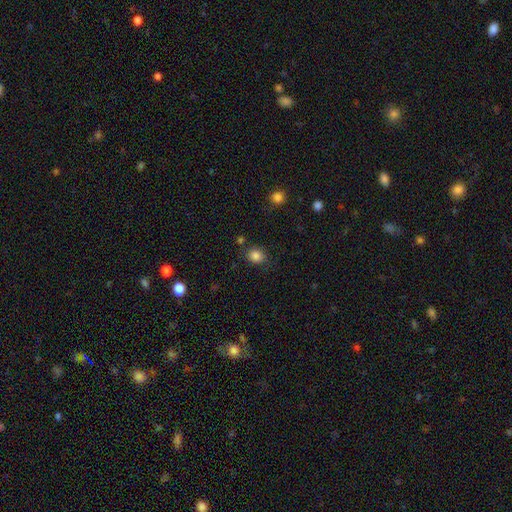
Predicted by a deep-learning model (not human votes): Smooth or featured?
  - smooth: 85% *
  - star or artifact: 11%
  - featured or disk: 4%
How rounded?
  - round: 64% *
  - in between: 35%
  - cigar-shaped: 1%
Merging?
  - none: 78% *
  - minor disturbance: 13%
  - merger: 5%
  - major disturbance: 4%